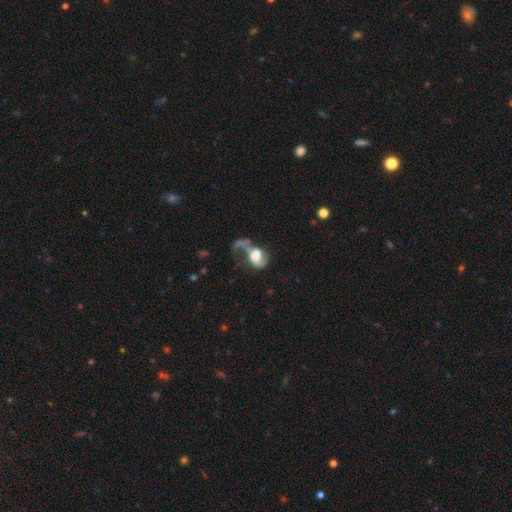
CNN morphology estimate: Smooth or featured? featured or disk (63%)
Edge-on disk? no (96%)
Bar? no (52%)
Spiral arms? yes (77%)
Bulge size? large (45%)
Merging? major disturbance (46%)